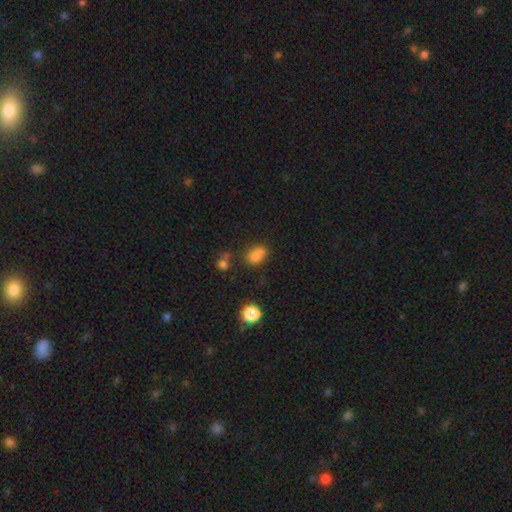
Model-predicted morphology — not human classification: This is likely a smooth galaxy (74%). How rounded: likely in between (65%). Merging: possibly none (46%).